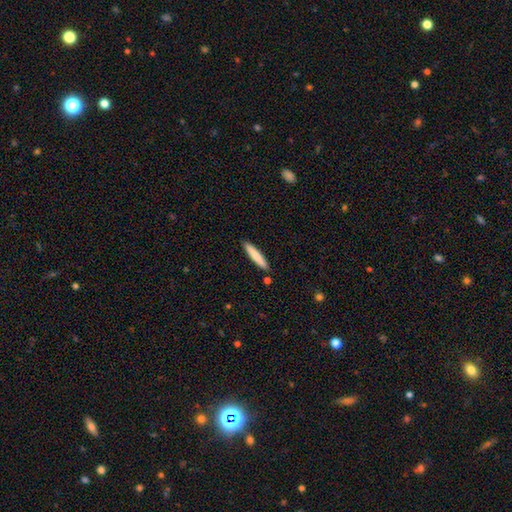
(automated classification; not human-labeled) Smooth or featured? smooth (77%)
How rounded? cigar-shaped (92%)
Merging? none (89%)